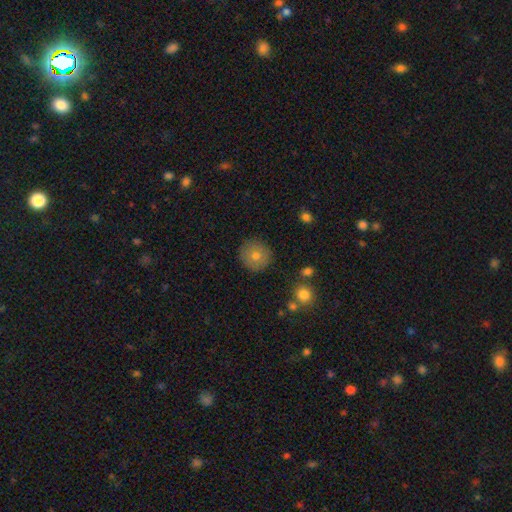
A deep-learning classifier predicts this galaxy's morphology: Smooth or featured? smooth (74%)
How rounded? round (93%)
Merging? none (89%)